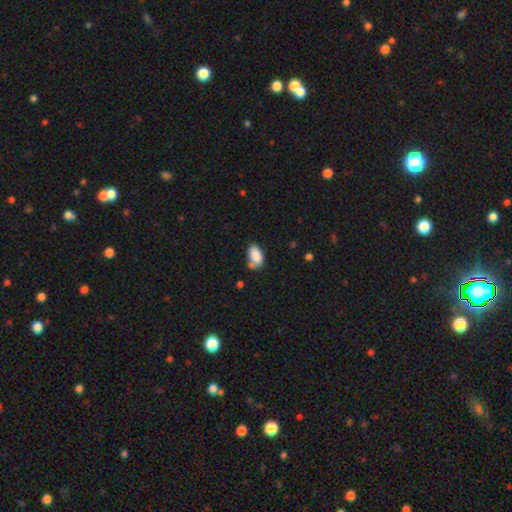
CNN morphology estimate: Overall: smooth (84%). How rounded: in between (92%). Merging: none (48%; minor disturbance 27%).